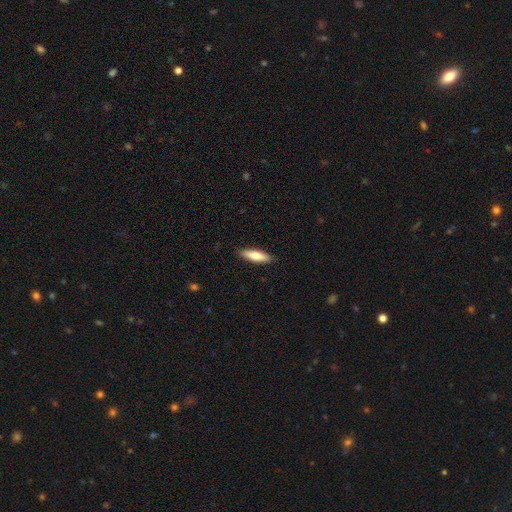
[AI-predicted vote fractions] Smooth or featured?
  - smooth: 74% *
  - featured or disk: 21%
  - star or artifact: 5%
How rounded?
  - cigar-shaped: 61% *
  - in between: 38%
  - round: 2%
Merging?
  - none: 90% *
  - minor disturbance: 8%
  - major disturbance: 2%
  - merger: 1%